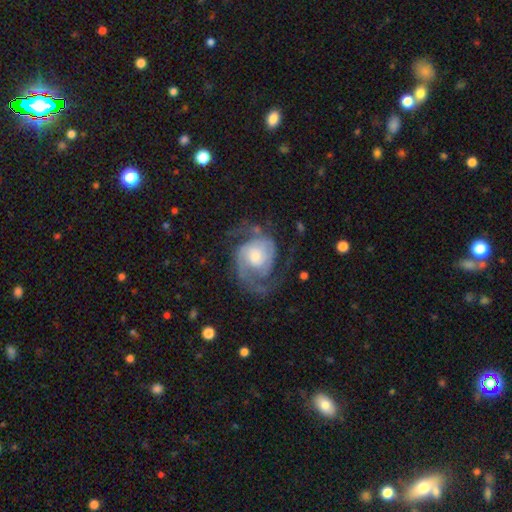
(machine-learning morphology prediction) Overall: featured or disk (86%). Edge-on disk: no (98%). Bar: no (70%). Spiral arms: yes (96%). Spiral arm count: 2 (80%). Spiral winding: medium (47%; tight 34%). Bulge size: moderate (40%; small 35%). Merging: none (58%; major disturbance 22%).